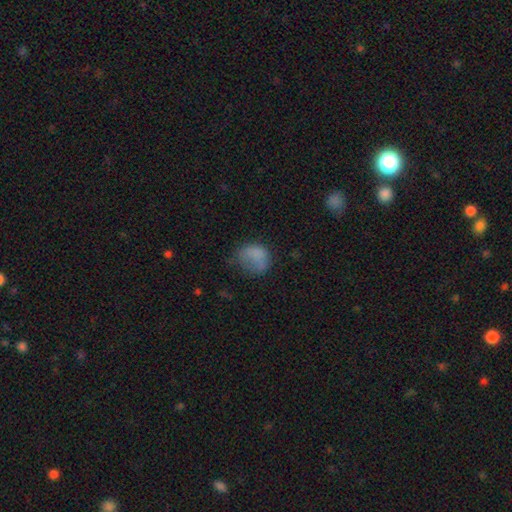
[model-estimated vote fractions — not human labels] A smooth galaxy with no disk features (75%) that is round (52%). Merging: none (36%).